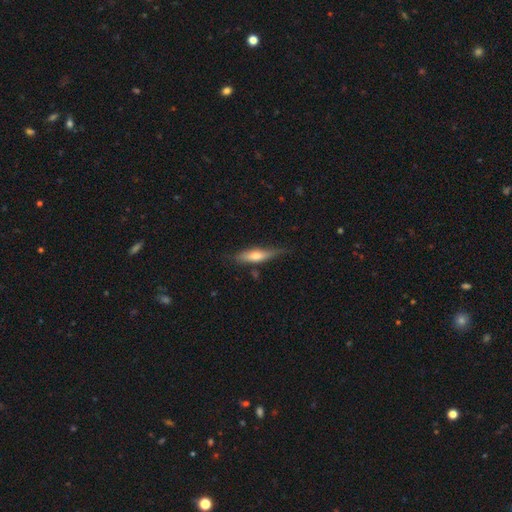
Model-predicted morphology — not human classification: smooth 54%, featured or disk 40%, star or artifact 6%. Down the decision tree: how rounded — cigar-shaped (72%); merging — none (70%).